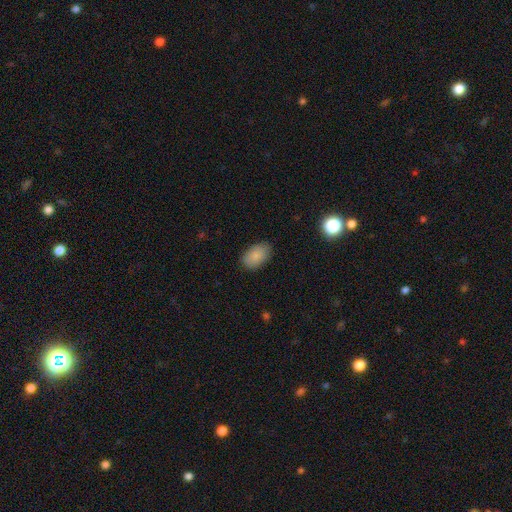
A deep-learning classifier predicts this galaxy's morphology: smooth_or_featured: smooth (p=0.87) [alt: star or artifact p=0.07]
how_rounded: in between (p=0.91) [alt: round p=0.07]
merging: none (p=0.85) [alt: minor disturbance p=0.11]